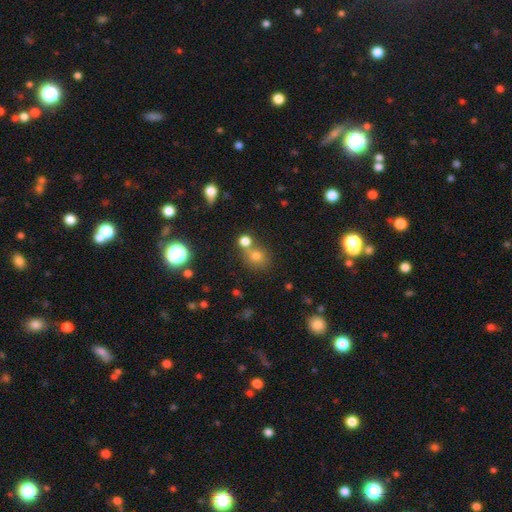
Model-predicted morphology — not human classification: The model was most divided on "merging": none: 56%, merger: 30%, minor disturbance: 10%, major disturbance: 4%. More confident: how rounded — round (75%); smooth or featured — smooth (70%).